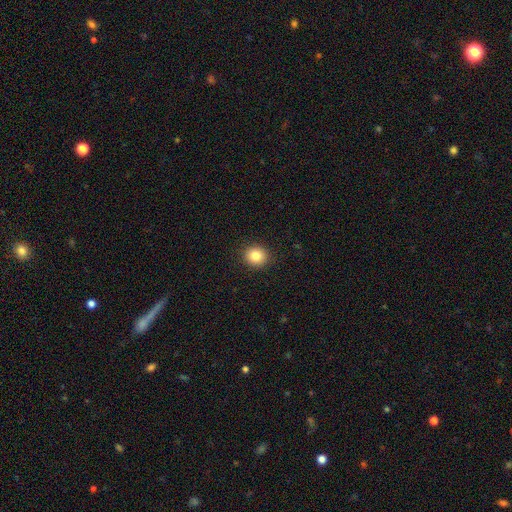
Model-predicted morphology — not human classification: Smooth or featured: smooth — 84% (star or artifact — 10%)
How rounded: round — 86% (in between — 13%)
Merging: none — 91% (minor disturbance — 6%)